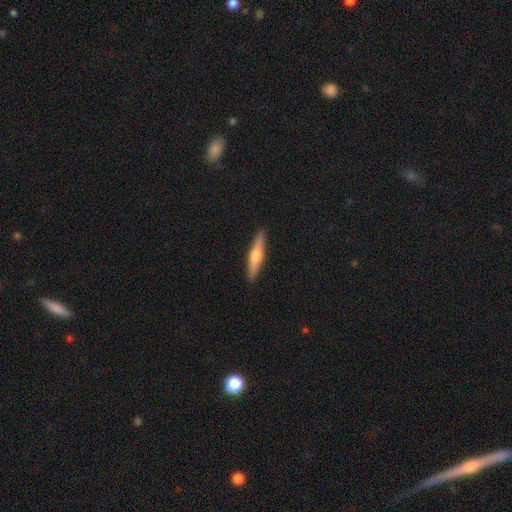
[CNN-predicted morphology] type=featured or disk (54%); edge-on=yes (96%); edge-on bulge=rounded (91%); merging=none (91%).